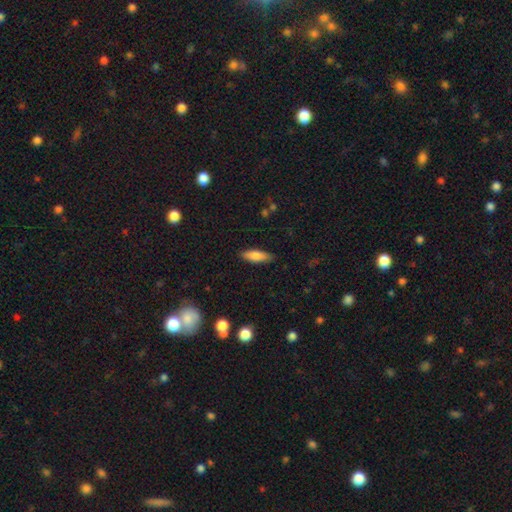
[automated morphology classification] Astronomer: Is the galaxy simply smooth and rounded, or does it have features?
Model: smooth — 81%.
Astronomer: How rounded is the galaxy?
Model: in between — 60% (runner-up: cigar-shaped, 38%).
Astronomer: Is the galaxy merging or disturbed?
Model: none — 86%.